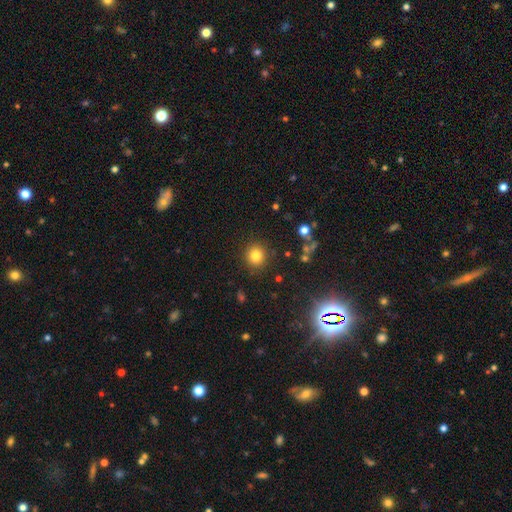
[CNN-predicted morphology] smooth-or-featured: smooth: 80% | star or artifact: 13% | featured or disk: 7%
  how-rounded: round: 91% | in between: 8% | cigar-shaped: 1%
  merging: none: 89% | minor disturbance: 7% | major disturbance: 3% | merger: 2%